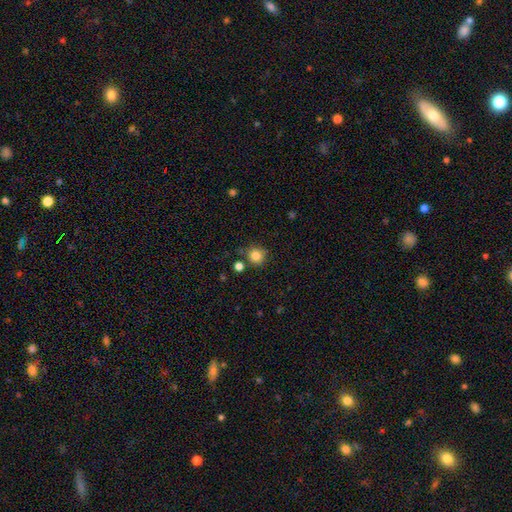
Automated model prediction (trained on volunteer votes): smooth_or_featured: smooth (p=0.83) [alt: star or artifact p=0.11]
how_rounded: round (p=0.90) [alt: in between p=0.09]
merging: none (p=0.78) [alt: minor disturbance p=0.12]